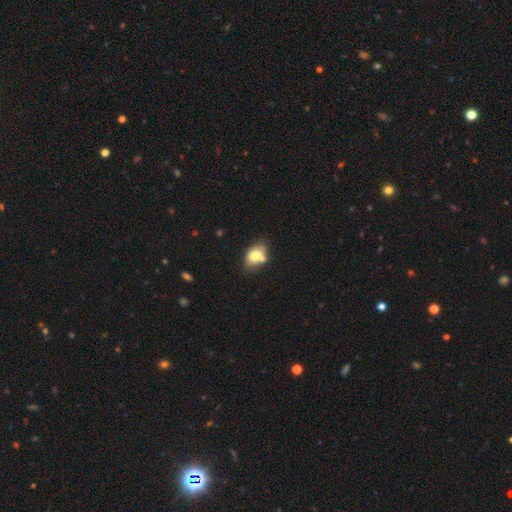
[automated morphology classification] smooth-or-featured: smooth: 73% | featured or disk: 19% | star or artifact: 9%
  how-rounded: in between: 80% | round: 18% | cigar-shaped: 2%
  merging: none: 53% | merger: 25% | minor disturbance: 17% | major disturbance: 5%